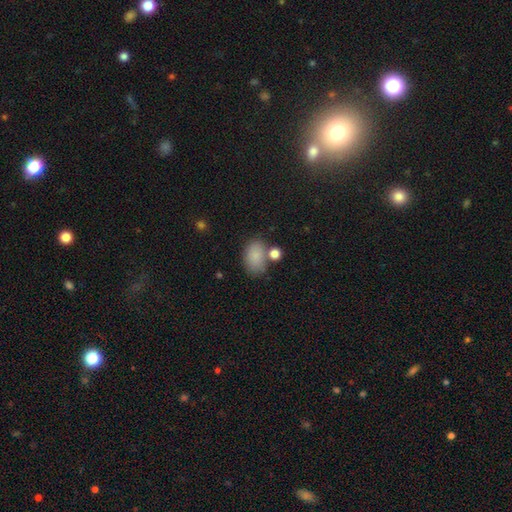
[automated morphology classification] This is clearly a smooth galaxy (84%). How rounded: clearly in between (87%). Merging: likely none (61%).